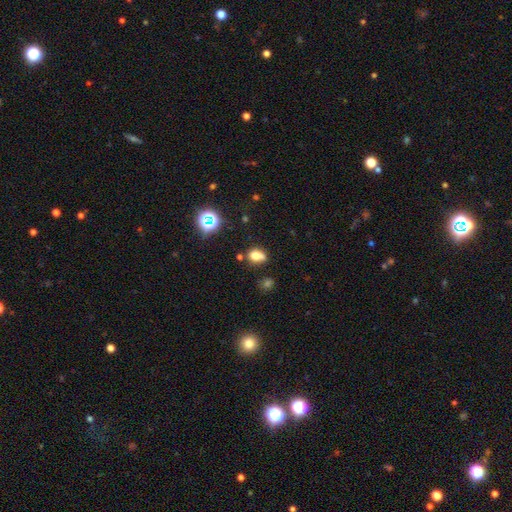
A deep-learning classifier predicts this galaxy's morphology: This is likely a smooth galaxy (70%). How rounded: possibly in between (56%). Merging: possibly none (48%).